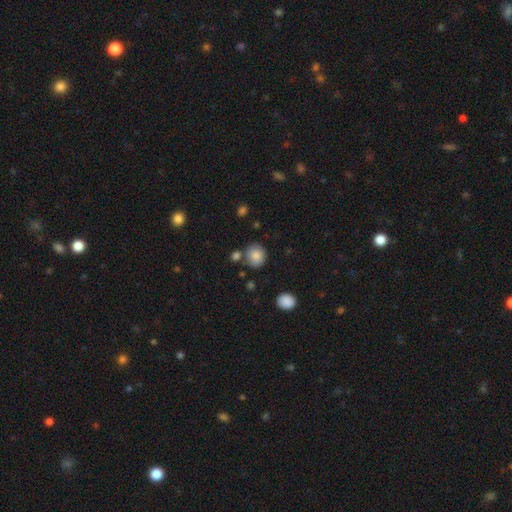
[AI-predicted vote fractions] smooth_or_featured: smooth (p=0.85) [alt: star or artifact p=0.09]
how_rounded: round (p=0.84) [alt: in between p=0.15]
merging: none (p=0.74) [alt: minor disturbance p=0.12]